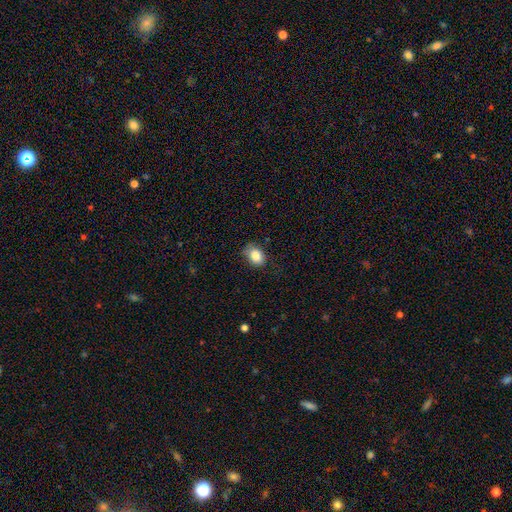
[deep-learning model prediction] This appears to be a smooth galaxy with no disk features (85%) that is in between round and cigar-shaped (68%). Merging: none (73%).